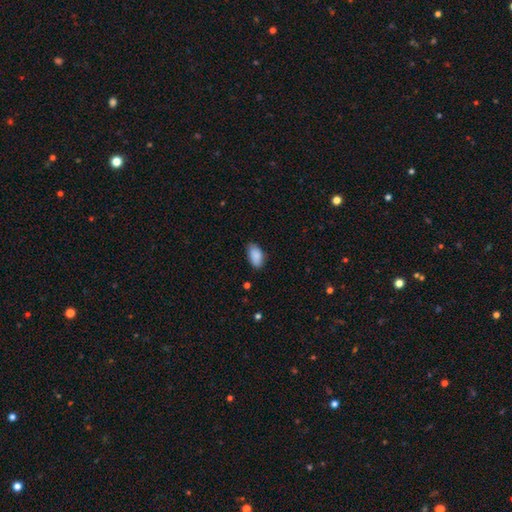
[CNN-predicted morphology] The model was most divided on "merging": none: 76%, minor disturbance: 20%, major disturbance: 3%, merger: 1%. More confident: how rounded — in between (94%); smooth or featured — smooth (89%).